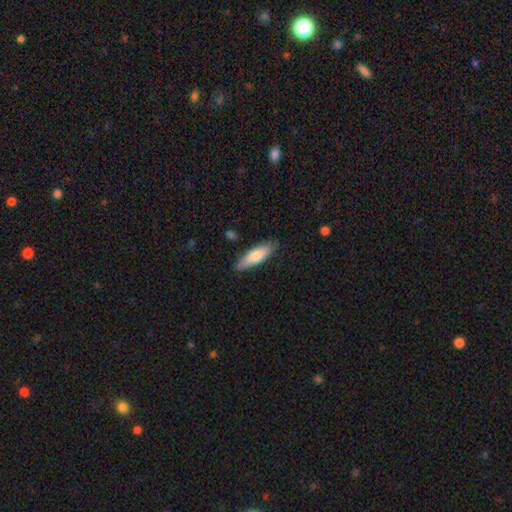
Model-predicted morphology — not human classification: smooth_or_featured: smooth (p=0.77) [alt: featured or disk p=0.18]
how_rounded: cigar-shaped (p=0.60) [alt: in between p=0.38]
merging: none (p=0.84) [alt: minor disturbance p=0.12]